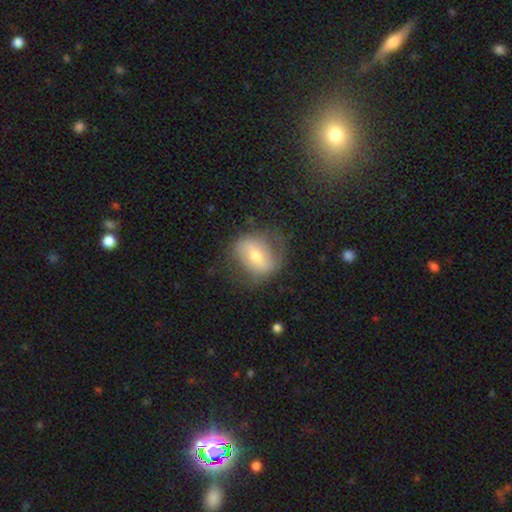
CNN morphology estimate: Q: Smooth or featured?
A: featured or disk (47%); runner-up: smooth (45%)
Q: Merging?
A: none (60%); runner-up: minor disturbance (23%)